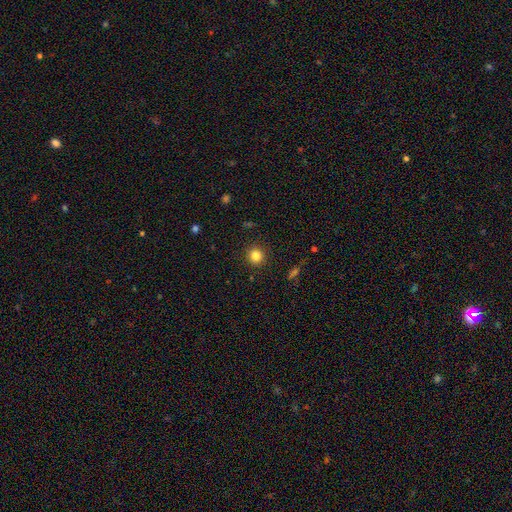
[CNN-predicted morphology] A smooth galaxy with no disk features (82%) that is round (93%).

Vote fractions:
- Smooth or featured? smooth: 82% / star or artifact: 12% / featured or disk: 6%
- How rounded? round: 93% / in between: 6% / cigar-shaped: 1%
- Merging? none: 91% / minor disturbance: 6% / major disturbance: 2% / merger: 1%